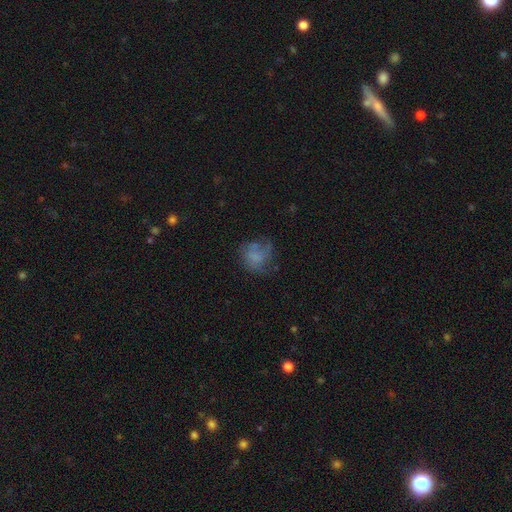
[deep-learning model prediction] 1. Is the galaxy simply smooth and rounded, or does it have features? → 53% smooth, 34% featured or disk, 13% star or artifact.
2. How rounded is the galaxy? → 66% round, 33% in between, 1% cigar-shaped.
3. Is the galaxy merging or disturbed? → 45% none, 27% major disturbance, 24% minor disturbance, 4% merger.